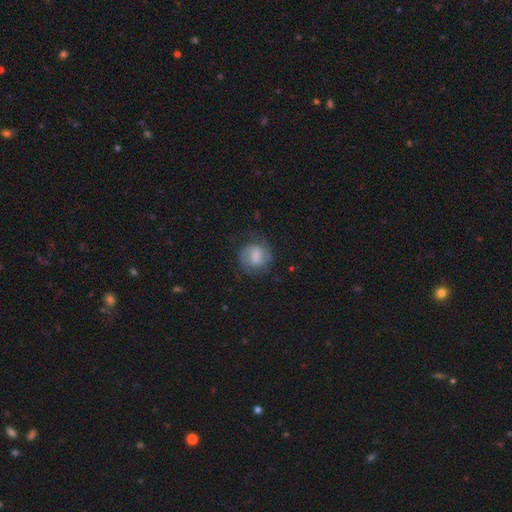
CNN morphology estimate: smooth-or-featured: smooth: 51% | featured or disk: 41% | star or artifact: 8%
  how-rounded: round: 76% | in between: 22% | cigar-shaped: 1%
  merging: none: 64% | minor disturbance: 21% | major disturbance: 13% | merger: 1%